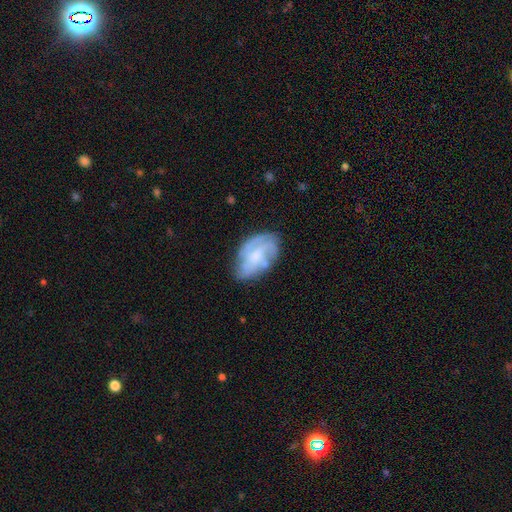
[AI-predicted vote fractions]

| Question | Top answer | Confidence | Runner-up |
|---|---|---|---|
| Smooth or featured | featured or disk | 63% | smooth (30%) |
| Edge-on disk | no | 97% | yes (3%) |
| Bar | no | 57% | weak (36%) |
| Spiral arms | yes | 78% | no (22%) |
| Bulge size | small | 38% | moderate (35%) |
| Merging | none | 60% | minor disturbance (26%) |